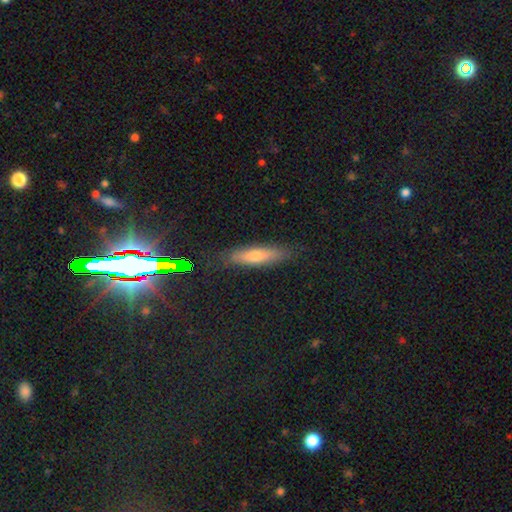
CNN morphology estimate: smooth_or_featured: smooth (p=0.58) [alt: featured or disk p=0.30]
how_rounded: cigar-shaped (p=0.71) [alt: in between p=0.27]
merging: none (p=0.84) [alt: minor disturbance p=0.12]